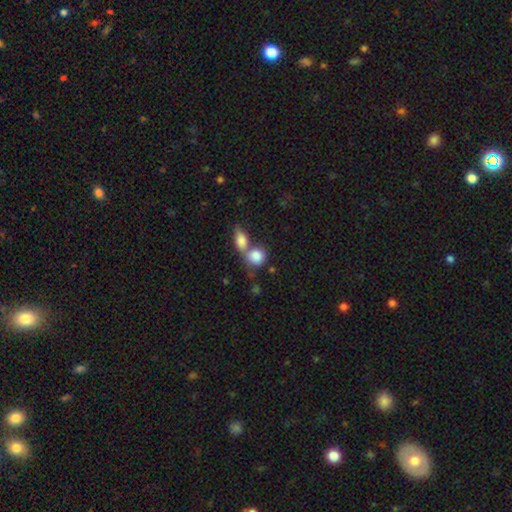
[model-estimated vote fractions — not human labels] A smooth galaxy with no disk features (84%) that is round (62%). Merging: merger (58%).